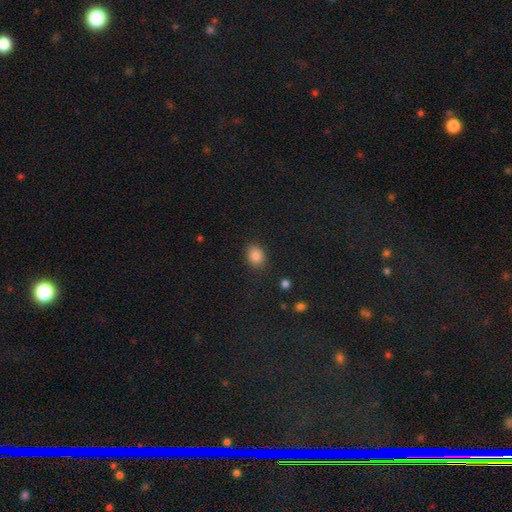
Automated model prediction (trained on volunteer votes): Smooth or featured?
  - smooth: 85% *
  - star or artifact: 10%
  - featured or disk: 5%
How rounded?
  - in between: 59% *
  - round: 40%
  - cigar-shaped: 1%
Merging?
  - none: 86% *
  - minor disturbance: 10%
  - major disturbance: 3%
  - merger: 1%